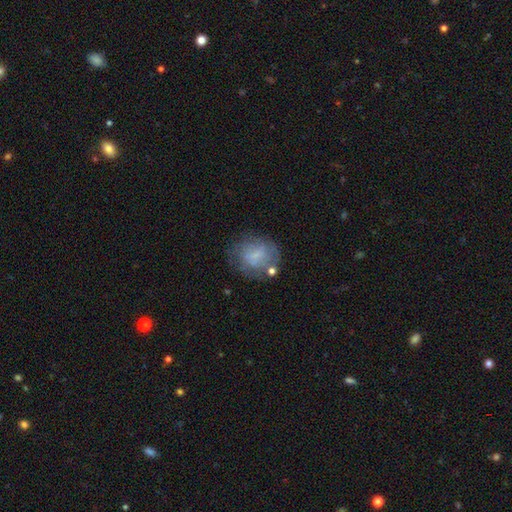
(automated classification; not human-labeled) This is possibly a smooth galaxy (55%). How rounded: likely round (70%). Merging: possibly none (58%).